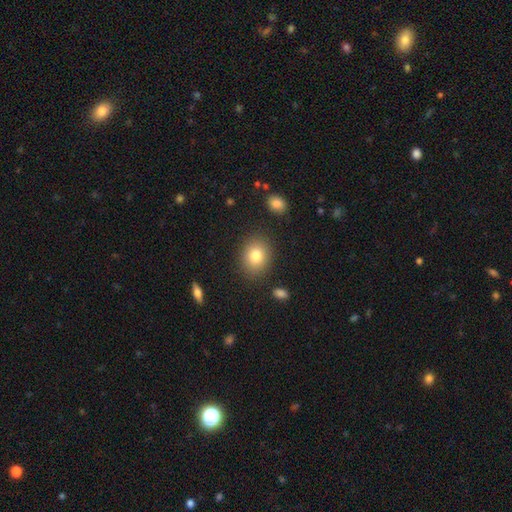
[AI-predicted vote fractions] Q: Smooth or featured?
A: smooth (80%); runner-up: star or artifact (10%)
Q: How rounded?
A: round (54%); runner-up: in between (45%)
Q: Merging?
A: none (86%); runner-up: minor disturbance (9%)